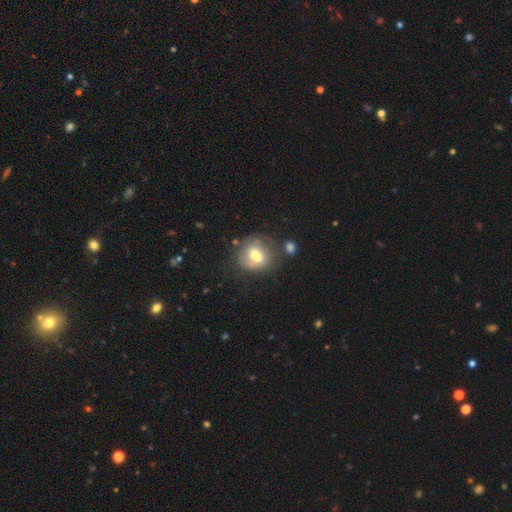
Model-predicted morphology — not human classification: Smooth or featured? smooth (63%)
How rounded? round (62%)
Merging? none (61%)